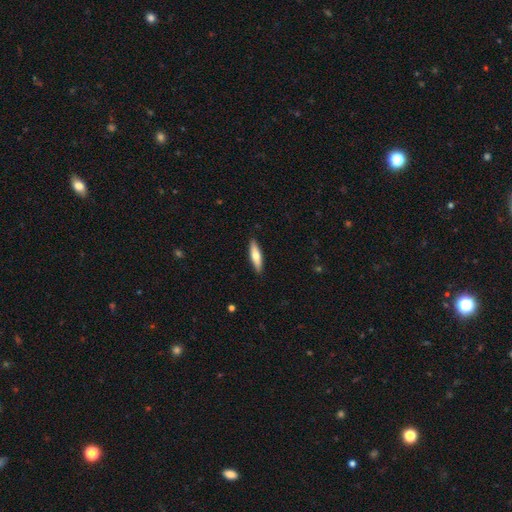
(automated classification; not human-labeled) A smooth galaxy with no disk features (61%) that is cigar-shaped (70%).

Vote fractions:
- Smooth or featured? smooth: 61% / featured or disk: 33% / star or artifact: 5%
- How rounded? cigar-shaped: 70% / in between: 28% / round: 2%
- Merging? none: 90% / minor disturbance: 8% / major disturbance: 2% / merger: 1%